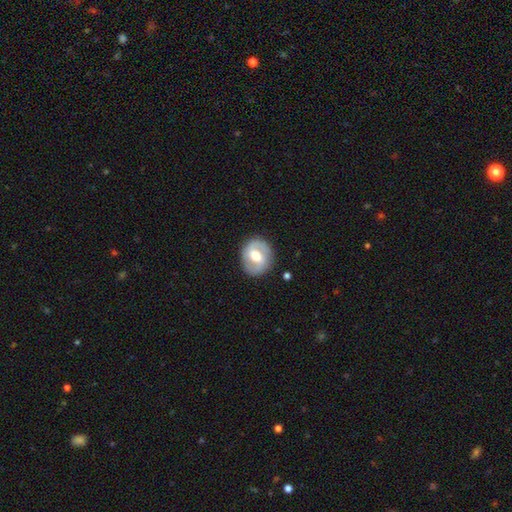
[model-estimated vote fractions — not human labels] Q: Smooth or featured?
A: featured or disk (65%); runner-up: smooth (29%)
Q: Edge-on disk?
A: no (97%); runner-up: yes (3%)
Q: Bar?
A: weak (47%); runner-up: strong (29%)
Q: Spiral arms?
A: yes (71%); runner-up: no (29%)
Q: Bulge size?
A: moderate (71%); runner-up: large (16%)
Q: Merging?
A: none (85%); runner-up: minor disturbance (10%)